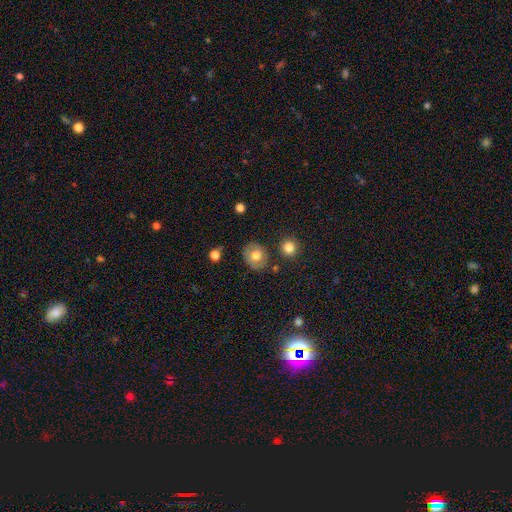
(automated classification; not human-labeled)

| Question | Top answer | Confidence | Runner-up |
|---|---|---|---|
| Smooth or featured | smooth | 67% | featured or disk (24%) |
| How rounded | round | 65% | in between (34%) |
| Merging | none | 79% | minor disturbance (14%) |